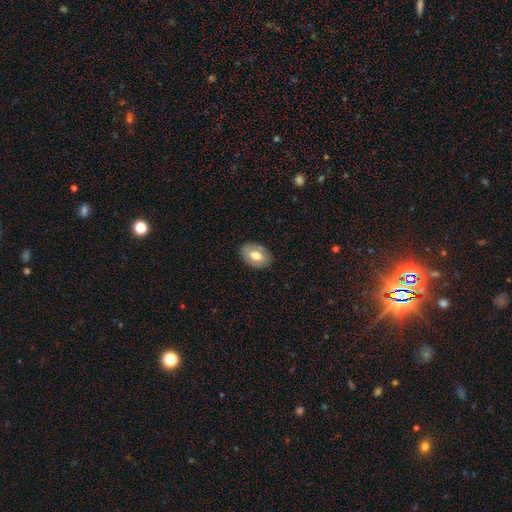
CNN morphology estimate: Overall: smooth (56%; featured or disk 37%). How rounded: in between (87%). Merging: none (84%).